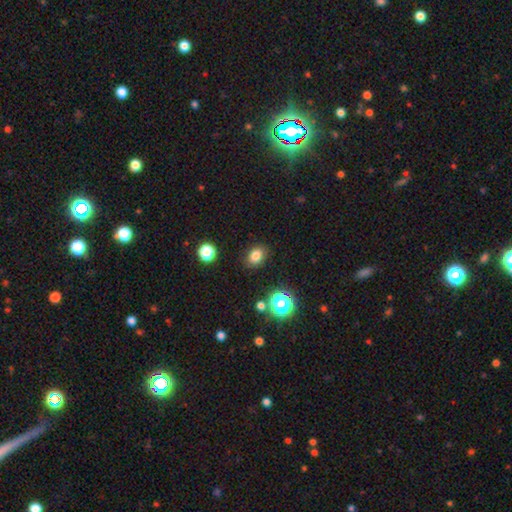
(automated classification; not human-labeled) Overall: smooth (81%). How rounded: in between (59%; round 40%). Merging: none (86%).